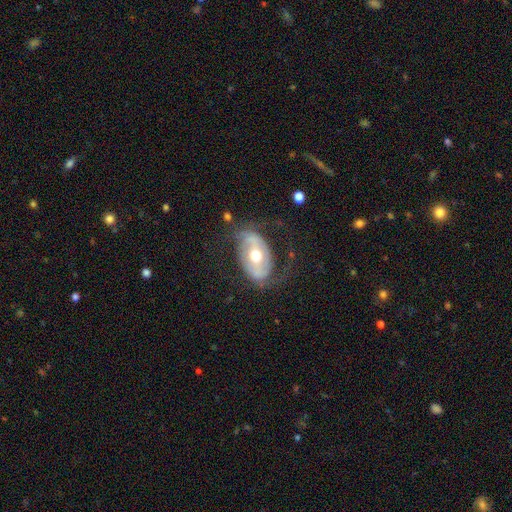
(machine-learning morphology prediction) This is likely a featured or disk galaxy (69%). It is clearly not viewed edge-on (93%). Bar: marginally no (44%). Spiral arm pattern: likely yes (66%). Central bulge: likely moderate (76%). Merging: possibly none (55%).